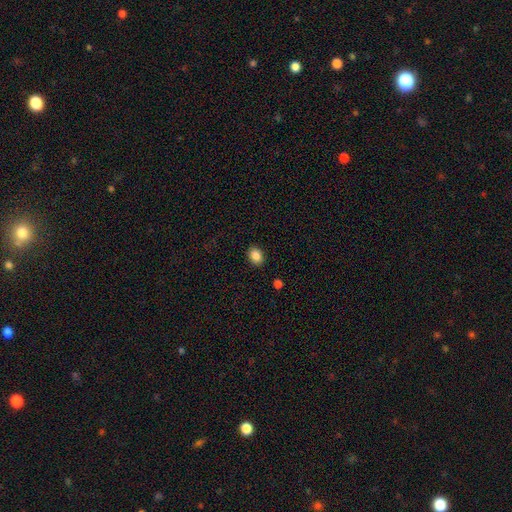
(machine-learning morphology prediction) smooth_or_featured: smooth (p=0.87) [alt: star or artifact p=0.09]
how_rounded: in between (p=0.65) [alt: round p=0.34]
merging: none (p=0.90) [alt: minor disturbance p=0.07]